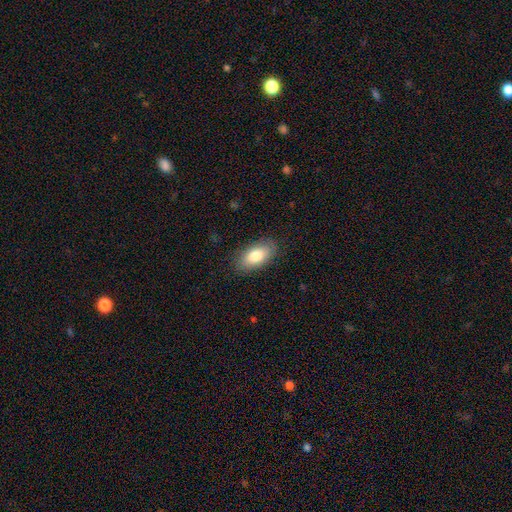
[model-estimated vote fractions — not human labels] The model was most divided on "smooth or featured": smooth: 81%, featured or disk: 13%, star or artifact: 6%. More confident: how rounded — in between (91%); merging — none (85%).